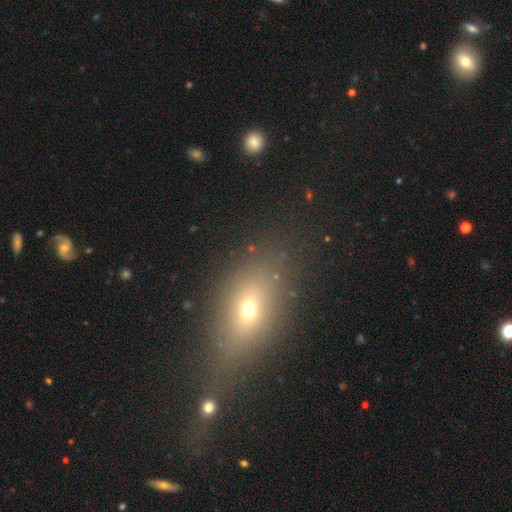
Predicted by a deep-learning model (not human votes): Smooth or featured? Predicted: smooth (p=0.54). How rounded? Predicted: in between (p=0.70). Merging? Predicted: none (p=0.64).